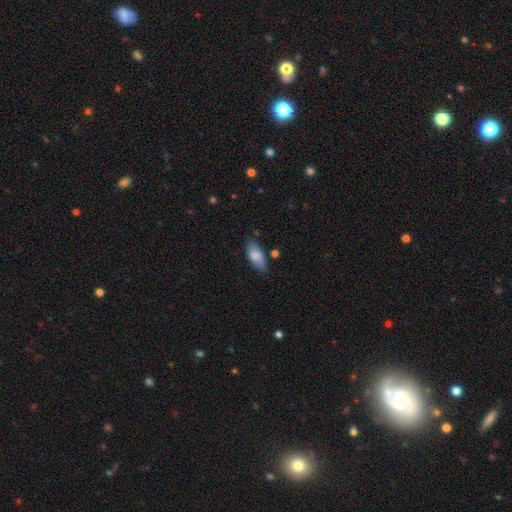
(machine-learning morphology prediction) A smooth galaxy with no disk features (80%) that is in between round and cigar-shaped (85%). Merging: none (79%).